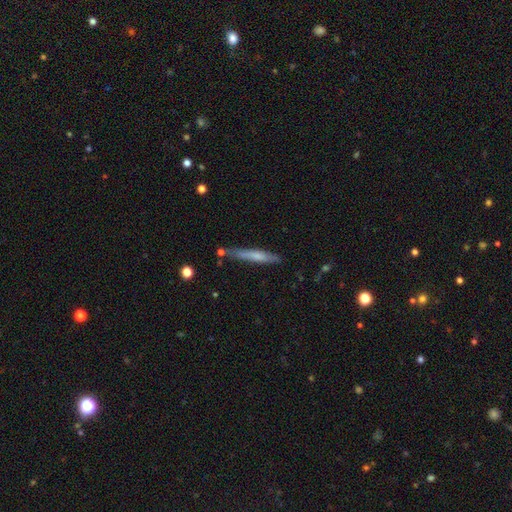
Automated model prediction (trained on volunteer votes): Q: Smooth or featured?
A: smooth (56%); runner-up: featured or disk (38%)
Q: How rounded?
A: cigar-shaped (94%); runner-up: in between (4%)
Q: Merging?
A: none (73%); runner-up: minor disturbance (18%)